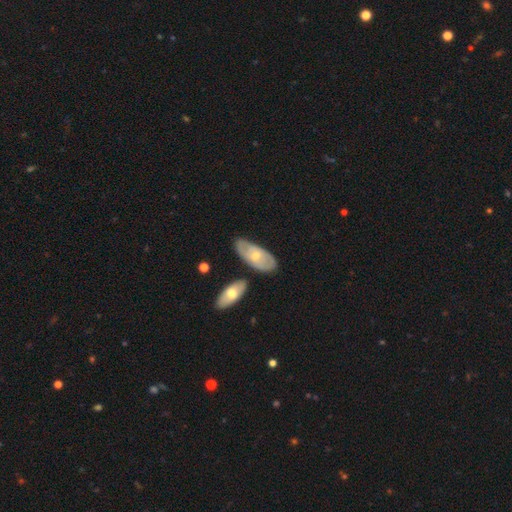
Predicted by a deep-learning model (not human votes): Smooth or featured: smooth — 48% (featured or disk — 47%)
Merging: none — 58% (minor disturbance — 26%)